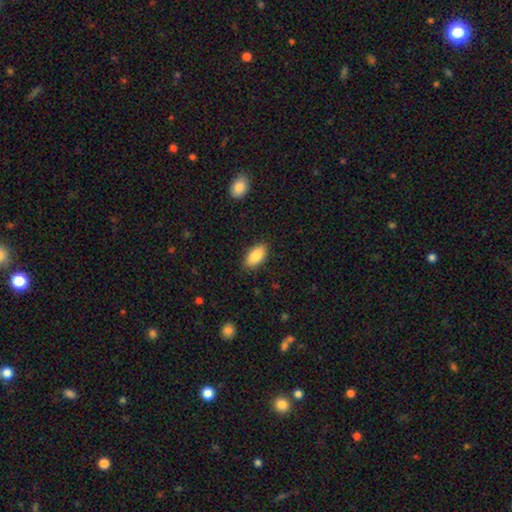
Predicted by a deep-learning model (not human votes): smooth 84%, featured or disk 9%, star or artifact 7%. Down the decision tree: how rounded — in between (92%); merging — none (86%).